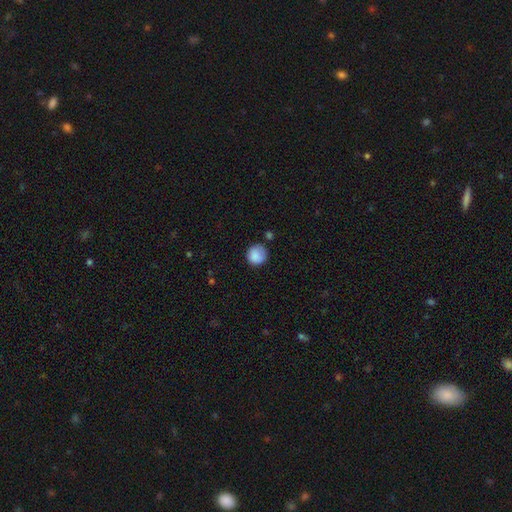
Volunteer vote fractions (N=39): Smooth or featured?
  - smooth: 85% *
  - star or artifact: 10%
  - featured or disk: 5%
How rounded?
  - round: 97% *
  - in between: 3%
  - cigar-shaped: 0%
Merging?
  - none: 60% *
  - minor disturbance: 34%
  - merger: 6%
  - major disturbance: 0%